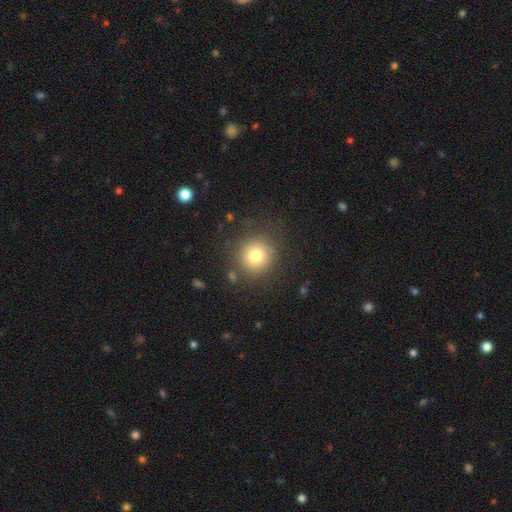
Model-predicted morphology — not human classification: Smooth or featured? smooth (78%)
How rounded? round (92%)
Merging? none (83%)